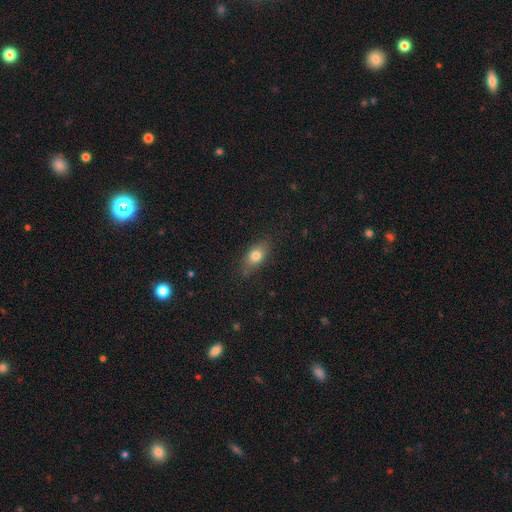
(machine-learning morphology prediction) Smooth or featured? Predicted: smooth (p=0.77). How rounded? Predicted: in between (p=0.80). Merging? Predicted: none (p=0.79).